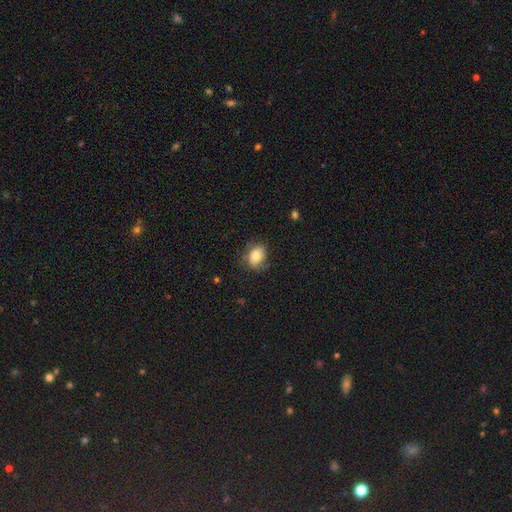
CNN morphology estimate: Smooth or featured? smooth (79%)
How rounded? in between (74%)
Merging? none (68%)